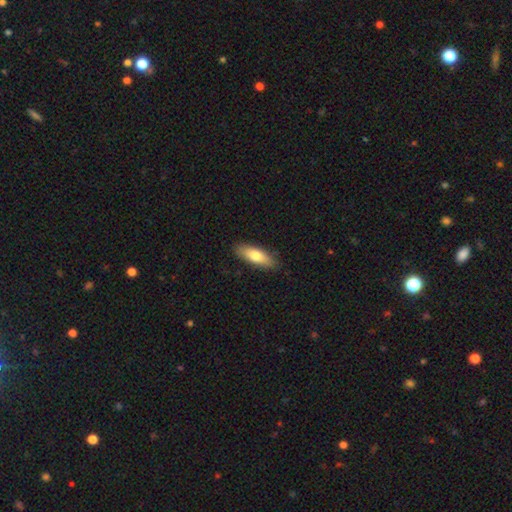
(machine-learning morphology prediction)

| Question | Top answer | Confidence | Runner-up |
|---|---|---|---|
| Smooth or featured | smooth | 74% | featured or disk (20%) |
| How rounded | in between | 61% | cigar-shaped (37%) |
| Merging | none | 87% | minor disturbance (10%) |